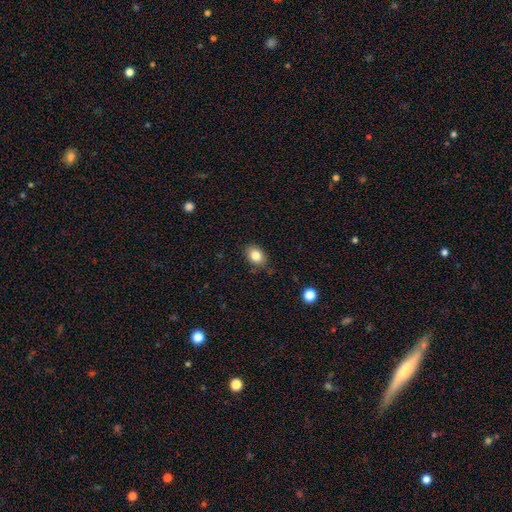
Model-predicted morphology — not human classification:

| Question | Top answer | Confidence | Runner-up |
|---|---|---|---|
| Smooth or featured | smooth | 84% | star or artifact (9%) |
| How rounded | in between | 66% | round (33%) |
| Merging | none | 81% | minor disturbance (15%) |